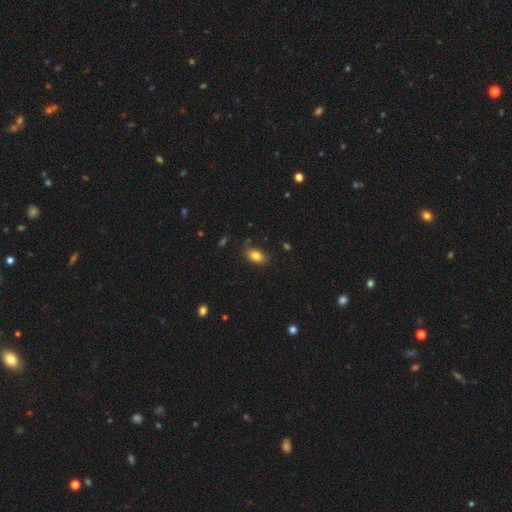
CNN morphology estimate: This is clearly a smooth galaxy (83%). How rounded: clearly in between (88%). Merging: likely none (78%).